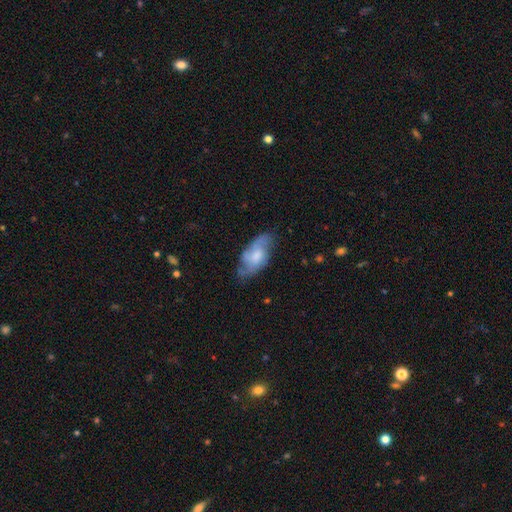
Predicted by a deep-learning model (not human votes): Morphology: type=featured or disk (53%); edge-on=no (91%); merging=none (61%).